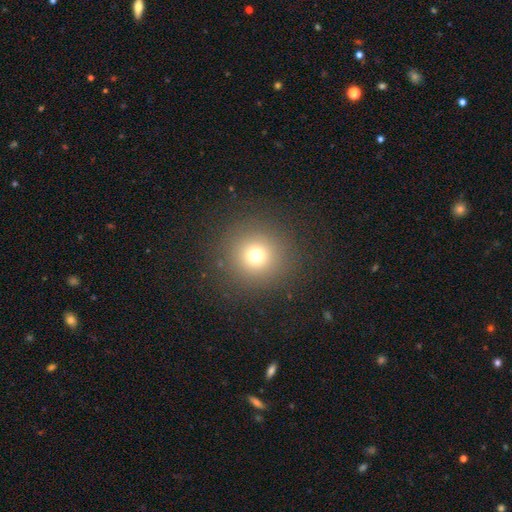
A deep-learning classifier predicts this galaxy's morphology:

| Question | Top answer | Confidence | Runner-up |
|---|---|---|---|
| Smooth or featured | smooth | 71% | star or artifact (19%) |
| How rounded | round | 94% | in between (5%) |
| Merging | none | 88% | minor disturbance (6%) |